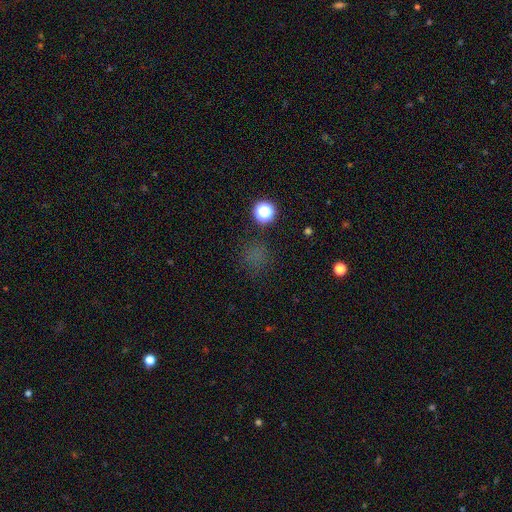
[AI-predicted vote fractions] Smooth or featured: smooth — 60% (star or artifact — 33%)
How rounded: round — 86% (in between — 12%)
Merging: none — 78% (minor disturbance — 12%)